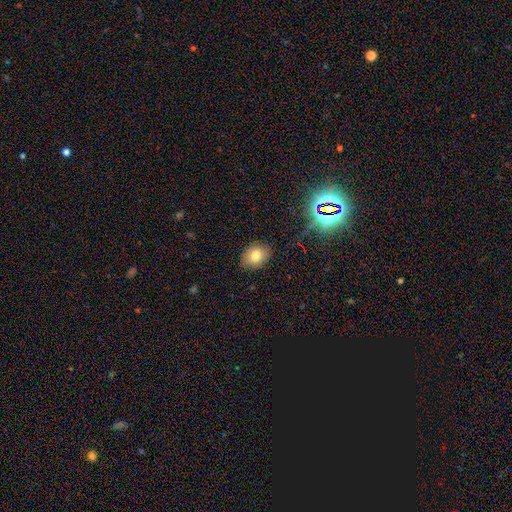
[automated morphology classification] Smooth or featured: smooth — 77% (star or artifact — 12%)
How rounded: in between — 64% (round — 35%)
Merging: none — 86% (minor disturbance — 11%)